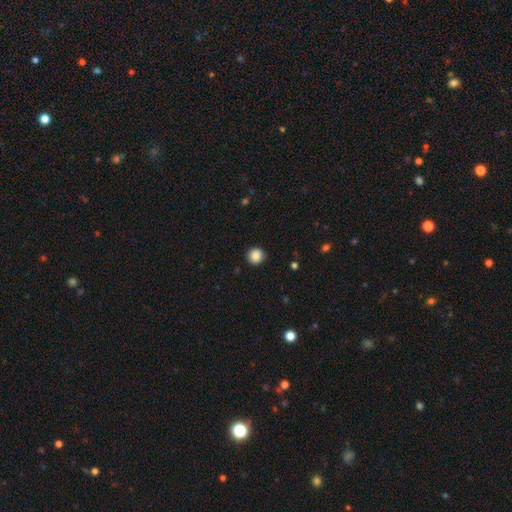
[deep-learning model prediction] smooth-or-featured: smooth: 87% | star or artifact: 9% | featured or disk: 3%
  how-rounded: round: 91% | in between: 8% | cigar-shaped: 1%
  merging: none: 90% | minor disturbance: 7% | major disturbance: 2% | merger: 1%